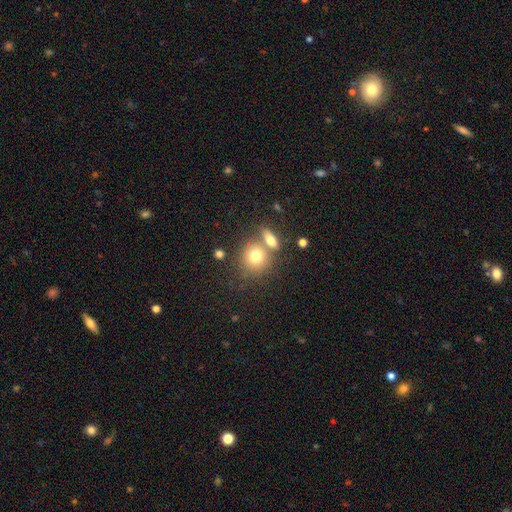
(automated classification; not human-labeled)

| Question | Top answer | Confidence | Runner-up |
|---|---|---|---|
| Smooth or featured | smooth | 75% | featured or disk (15%) |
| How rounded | round | 78% | in between (20%) |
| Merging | none | 49% | merger (38%) |